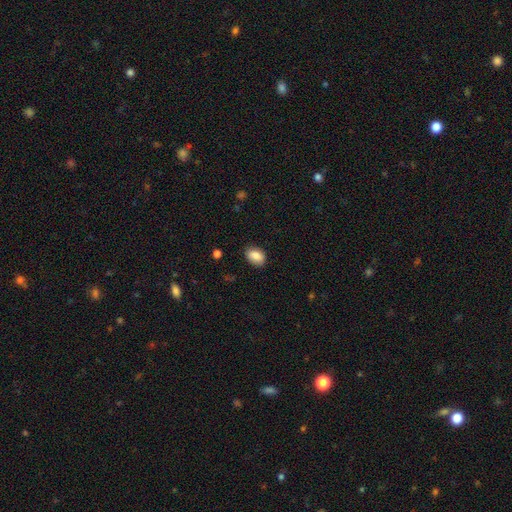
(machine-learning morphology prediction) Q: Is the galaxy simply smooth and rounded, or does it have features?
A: smooth — 85%.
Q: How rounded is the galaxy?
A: in between — 83%.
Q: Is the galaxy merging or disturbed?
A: none — 83%.